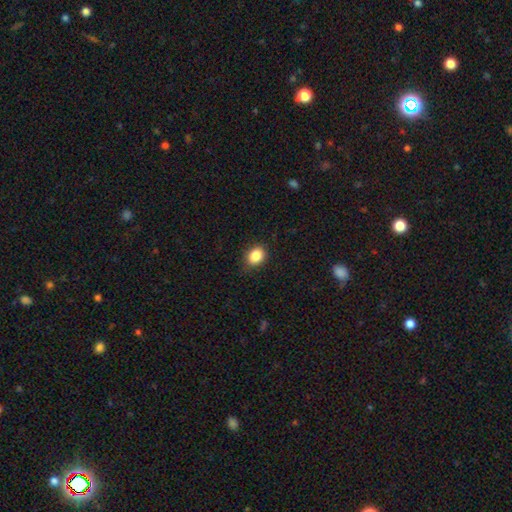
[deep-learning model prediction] Morphology: type=smooth (86%); roundness=in between (55%); merging=none (82%).